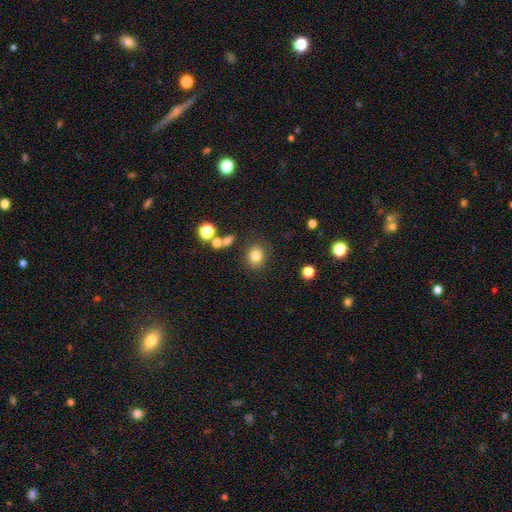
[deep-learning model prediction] Q: Smooth or featured?
A: smooth (81%); runner-up: star or artifact (12%)
Q: How rounded?
A: round (76%); runner-up: in between (23%)
Q: Merging?
A: none (81%); runner-up: minor disturbance (10%)